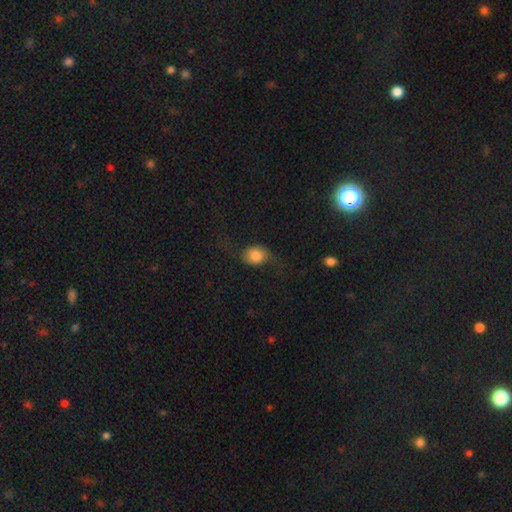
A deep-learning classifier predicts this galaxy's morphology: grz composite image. It shows a smooth galaxy with no disk features (72%) that is round (55%). Merging: none (53%).